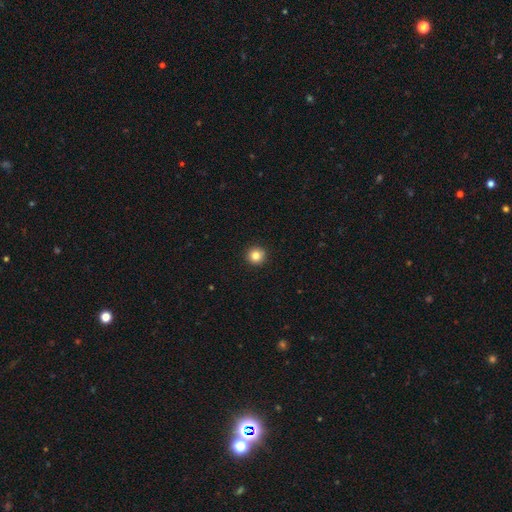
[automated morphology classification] A smooth galaxy with no disk features (84%) that is round (96%).

Vote fractions:
- Smooth or featured? smooth: 84% / star or artifact: 11% / featured or disk: 6%
- How rounded? round: 96% / in between: 3% / cigar-shaped: 1%
- Merging? none: 93% / minor disturbance: 4% / major disturbance: 1% / merger: 1%